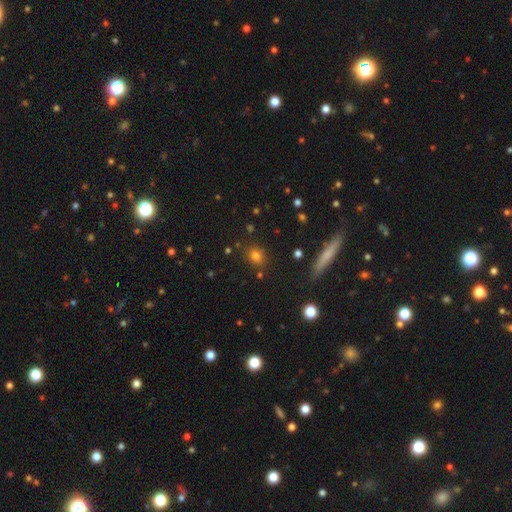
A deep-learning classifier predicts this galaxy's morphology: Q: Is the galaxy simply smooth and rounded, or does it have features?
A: smooth — 75%.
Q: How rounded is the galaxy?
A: round — 69%.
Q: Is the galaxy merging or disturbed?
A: none — 84%.